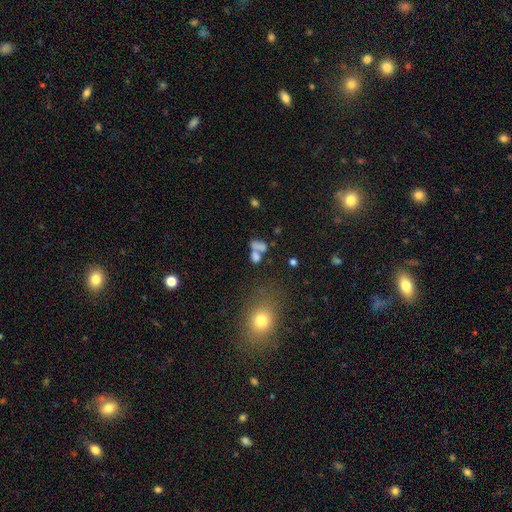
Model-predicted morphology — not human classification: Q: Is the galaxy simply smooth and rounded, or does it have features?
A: smooth — 68%.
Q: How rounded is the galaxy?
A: in between — 66%.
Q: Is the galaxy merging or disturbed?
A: merger — 48%.